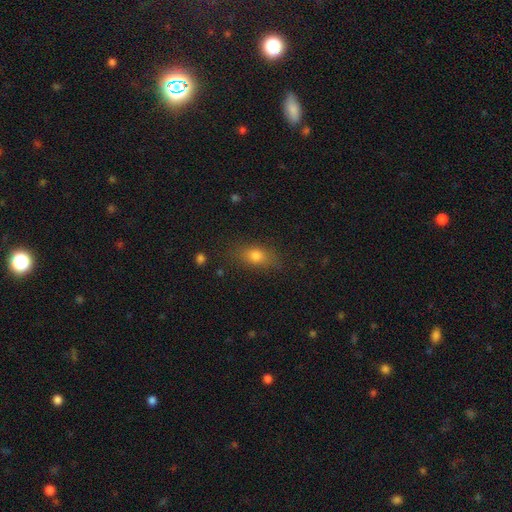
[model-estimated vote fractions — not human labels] This is likely a smooth galaxy (76%). How rounded: likely in between (74%). Merging: likely none (80%).